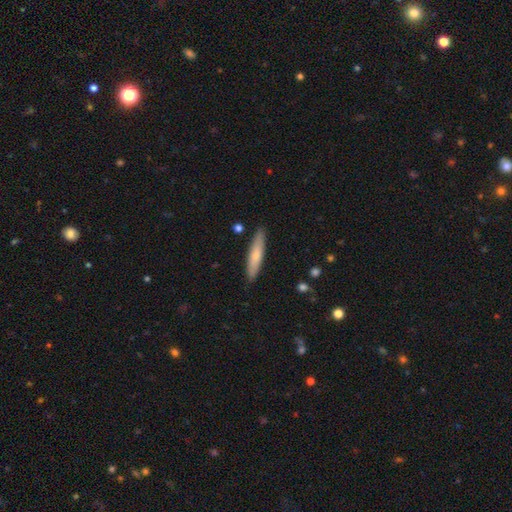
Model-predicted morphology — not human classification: type=smooth (68%); roundness=cigar-shaped (87%); merging=none (89%).